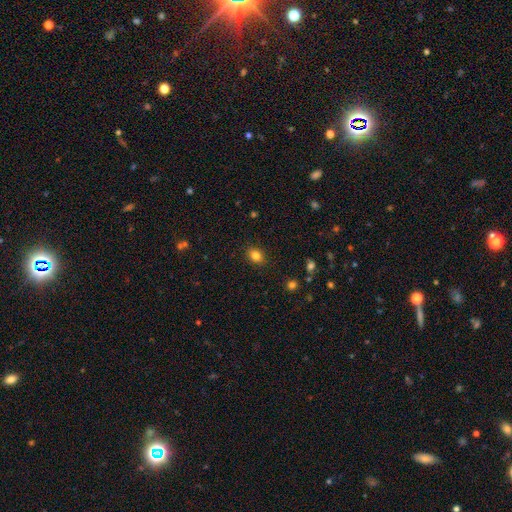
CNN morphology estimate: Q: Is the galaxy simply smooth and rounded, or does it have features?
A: smooth — 83%.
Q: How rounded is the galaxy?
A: in between — 59%.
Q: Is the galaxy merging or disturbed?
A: none — 88%.